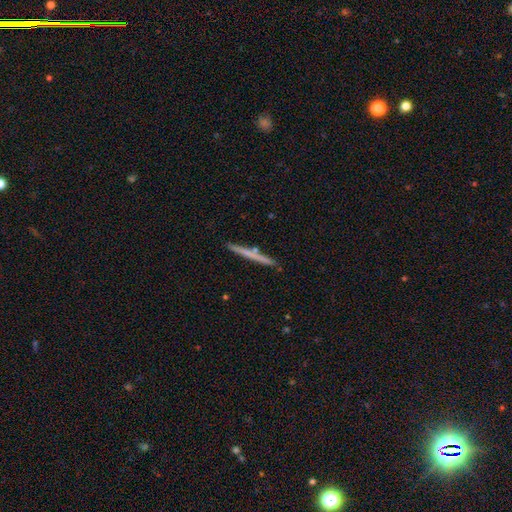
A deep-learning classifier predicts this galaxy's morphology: The model was most divided on "smooth or featured": smooth: 50%, featured or disk: 44%, star or artifact: 6%. More confident: merging — none (88%).